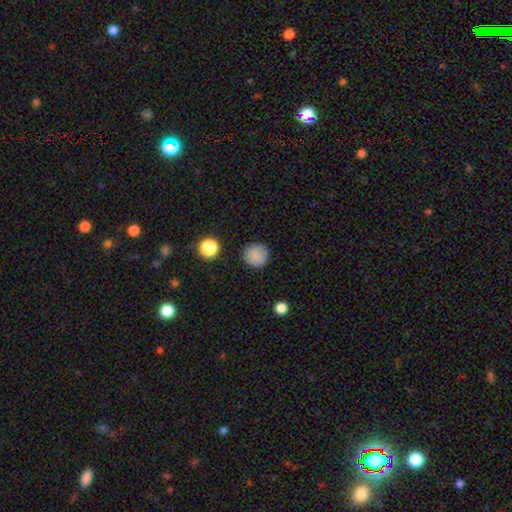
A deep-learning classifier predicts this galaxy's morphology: This appears to be a smooth galaxy with no disk features (86%) that is round (94%). Merging: none (88%).